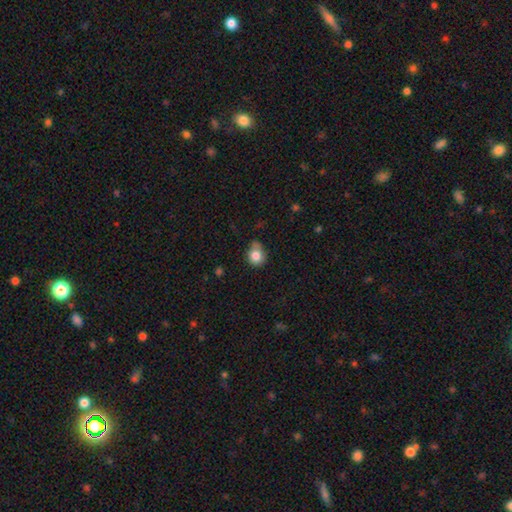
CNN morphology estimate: Smooth or featured: smooth — 82% (star or artifact — 10%)
How rounded: round — 72% (in between — 27%)
Merging: none — 53% (minor disturbance — 33%)